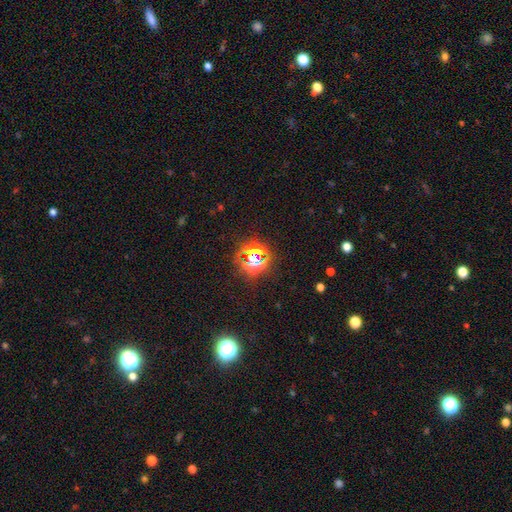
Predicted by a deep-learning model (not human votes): A star or artifact, not a galaxy (69%).